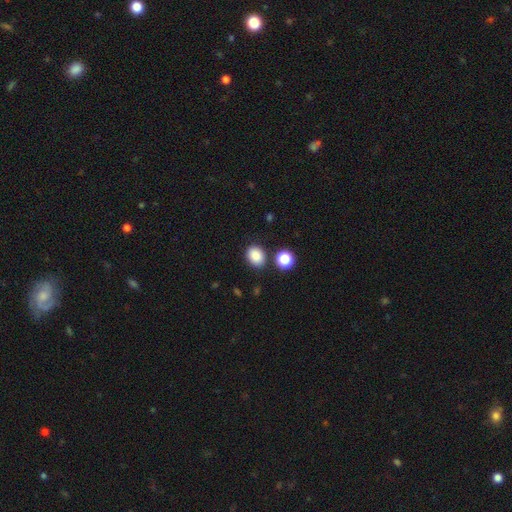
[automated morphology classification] smooth_or_featured: smooth (p=0.86) [alt: star or artifact p=0.10]
how_rounded: in between (p=0.57) [alt: round p=0.42]
merging: none (p=0.81) [alt: minor disturbance p=0.10]